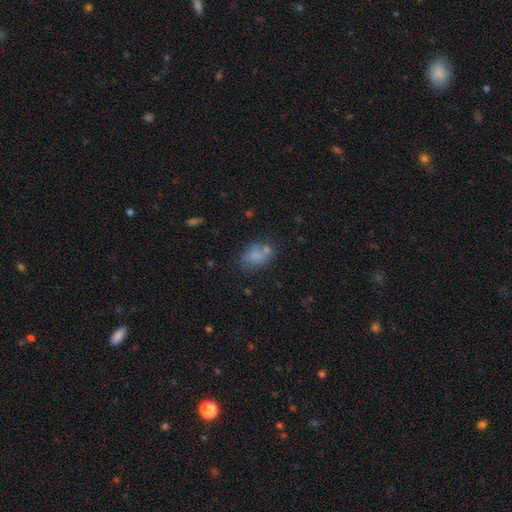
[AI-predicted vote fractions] A smooth galaxy with no disk features (73%) that is in between round and cigar-shaped (76%). Merging: none (49%).